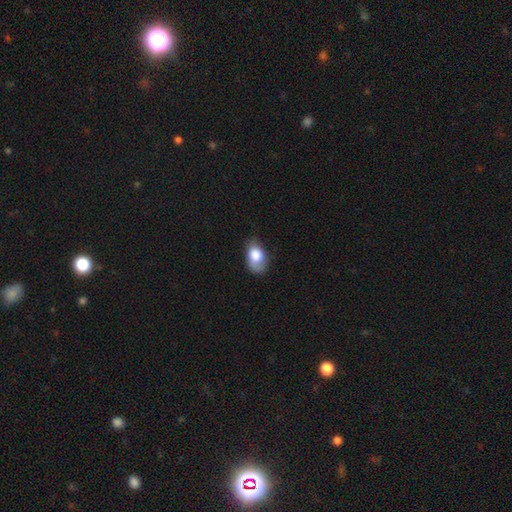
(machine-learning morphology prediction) Q: Smooth or featured?
A: smooth (78%); runner-up: featured or disk (15%)
Q: How rounded?
A: in between (85%); runner-up: round (14%)
Q: Merging?
A: none (49%); runner-up: minor disturbance (35%)